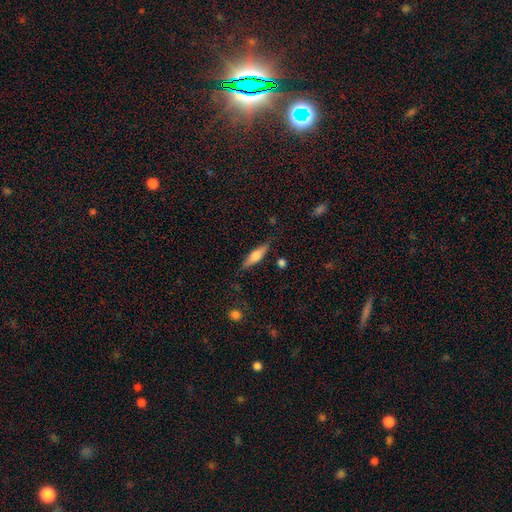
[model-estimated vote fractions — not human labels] smooth-or-featured: smooth: 49% | featured or disk: 45% | star or artifact: 6%
  merging: none: 81% | minor disturbance: 13% | major disturbance: 3% | merger: 2%